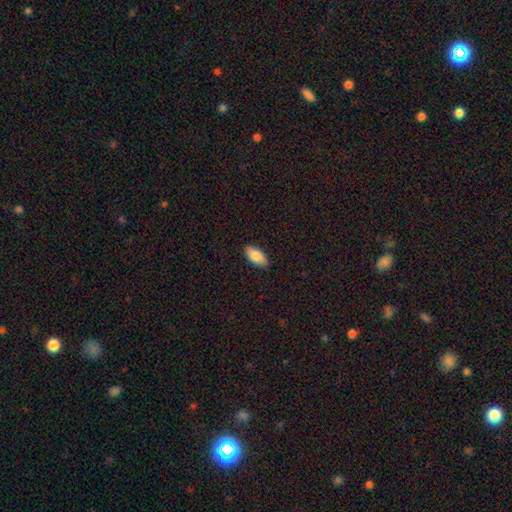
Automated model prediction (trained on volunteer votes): Smooth or featured? Predicted: smooth (p=0.82). How rounded? Predicted: in between (p=0.89). Merging? Predicted: none (p=0.89).